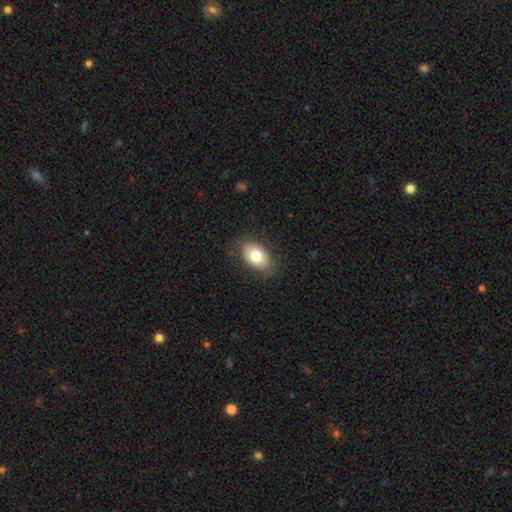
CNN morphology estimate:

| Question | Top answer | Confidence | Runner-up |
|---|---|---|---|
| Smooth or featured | smooth | 78% | featured or disk (15%) |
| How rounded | in between | 88% | round (11%) |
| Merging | none | 81% | minor disturbance (14%) |